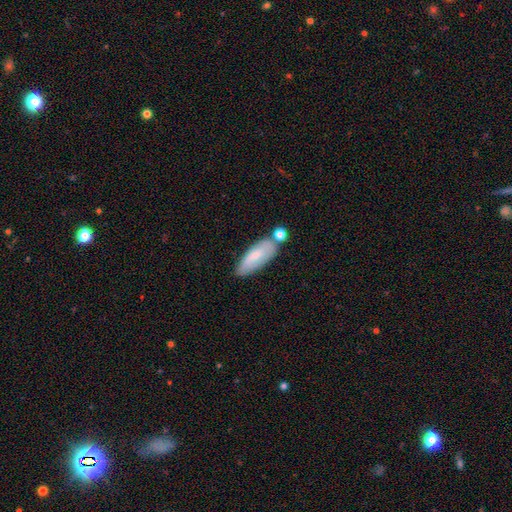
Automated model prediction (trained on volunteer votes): smooth-or-featured: smooth: 67% | featured or disk: 27% | star or artifact: 6%
  how-rounded: in between: 67% | cigar-shaped: 31% | round: 2%
  merging: none: 59% | minor disturbance: 20% | merger: 16% | major disturbance: 5%